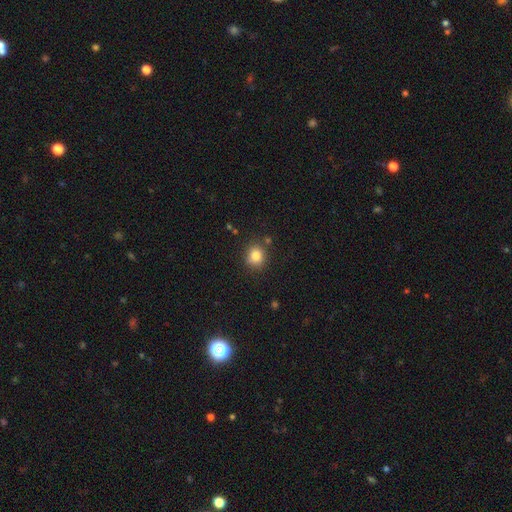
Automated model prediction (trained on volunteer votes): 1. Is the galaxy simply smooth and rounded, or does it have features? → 83% smooth, 11% star or artifact, 6% featured or disk.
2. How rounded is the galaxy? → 75% round, 24% in between, 1% cigar-shaped.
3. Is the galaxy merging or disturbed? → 80% none, 12% minor disturbance, 4% merger, 3% major disturbance.